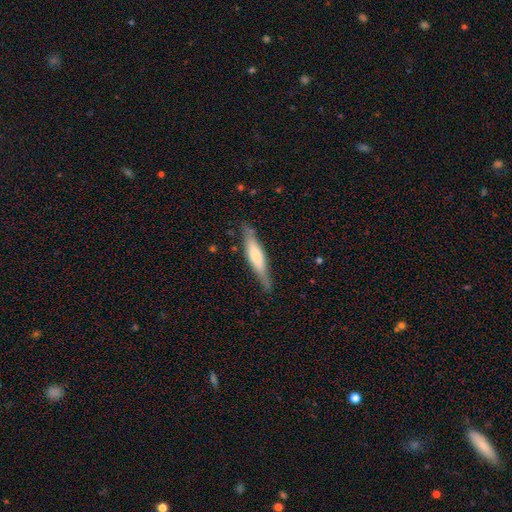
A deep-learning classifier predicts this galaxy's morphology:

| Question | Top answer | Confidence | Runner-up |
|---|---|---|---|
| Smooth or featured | smooth | 55% | featured or disk (40%) |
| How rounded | cigar-shaped | 84% | in between (14%) |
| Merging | none | 81% | minor disturbance (15%) |